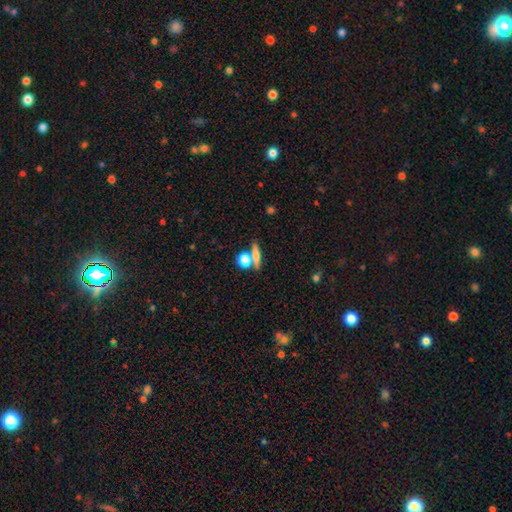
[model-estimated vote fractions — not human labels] A smooth galaxy with no disk features (66%) that is cigar-shaped (43%). Merging: none (64%).